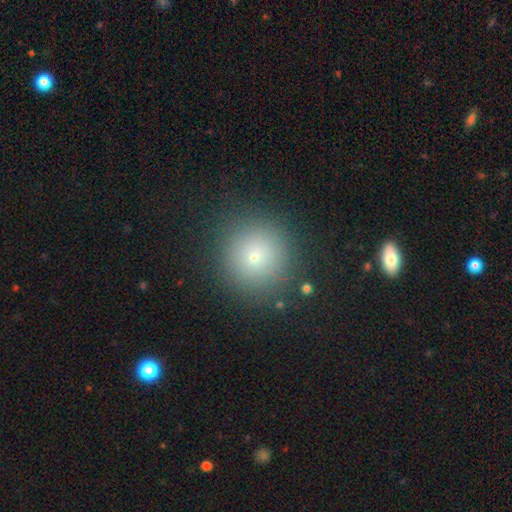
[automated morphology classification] smooth-or-featured: smooth: 74% | star or artifact: 16% | featured or disk: 10%
  how-rounded: round: 94% | in between: 5% | cigar-shaped: 1%
  merging: none: 88% | minor disturbance: 7% | major disturbance: 3% | merger: 2%